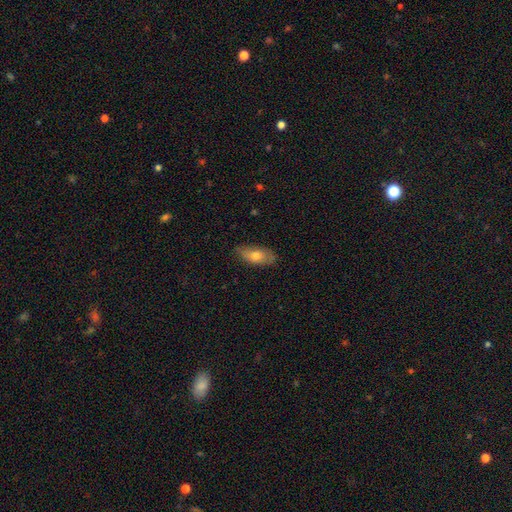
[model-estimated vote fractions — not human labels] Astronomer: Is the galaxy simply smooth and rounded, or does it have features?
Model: smooth — 69%.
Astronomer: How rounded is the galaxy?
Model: in between — 83%.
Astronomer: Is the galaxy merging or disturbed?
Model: none — 77%.